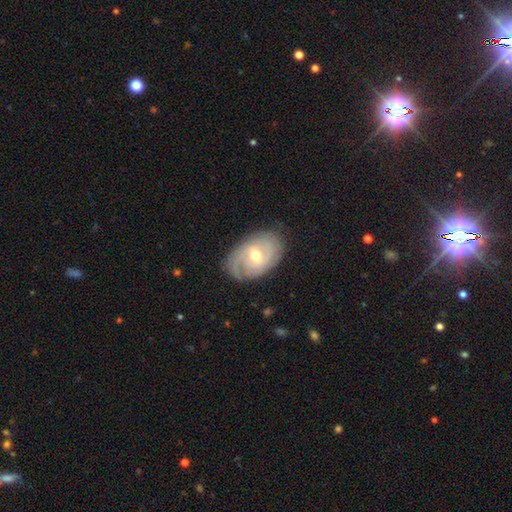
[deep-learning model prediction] This appears to be a featured or disk galaxy (75%) with no bar (48%), tight (63%) spiral arms (88%) and a moderate central bulge (68%). Merging: none (77%).